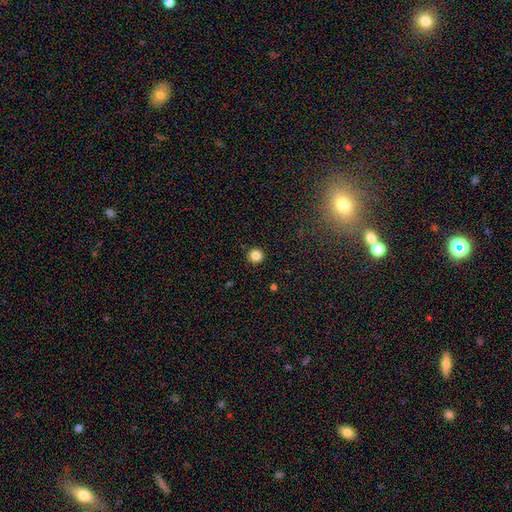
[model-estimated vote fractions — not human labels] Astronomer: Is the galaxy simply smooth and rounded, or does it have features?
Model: smooth — 84%.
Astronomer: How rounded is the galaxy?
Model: round — 95%.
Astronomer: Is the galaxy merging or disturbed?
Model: none — 92%.